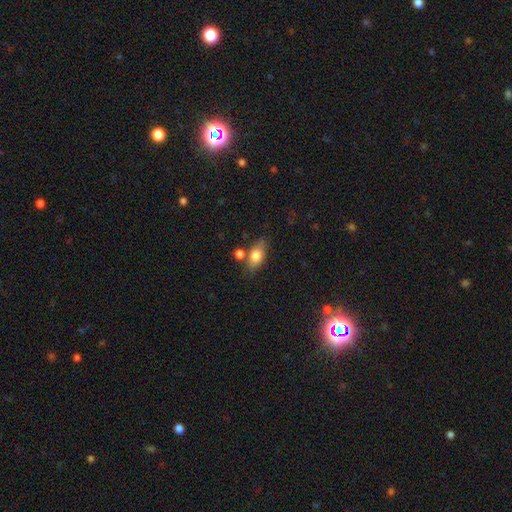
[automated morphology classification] Smooth or featured? Predicted: smooth (p=0.77). How rounded? Predicted: in between (p=0.81). Merging? Predicted: none (p=0.67).